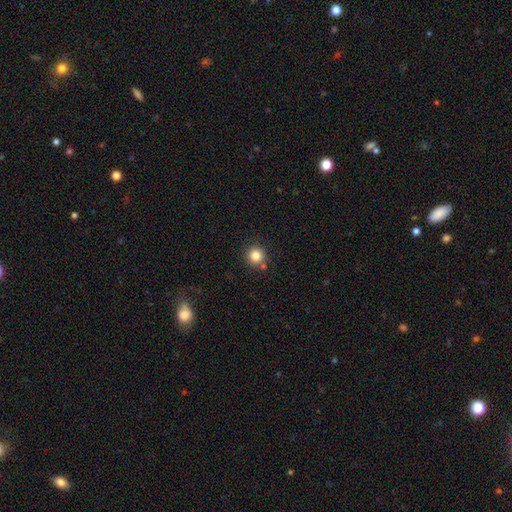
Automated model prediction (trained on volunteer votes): The model was most divided on "smooth or featured": smooth: 83%, star or artifact: 11%, featured or disk: 6%. More confident: how rounded — round (94%); merging — none (82%).